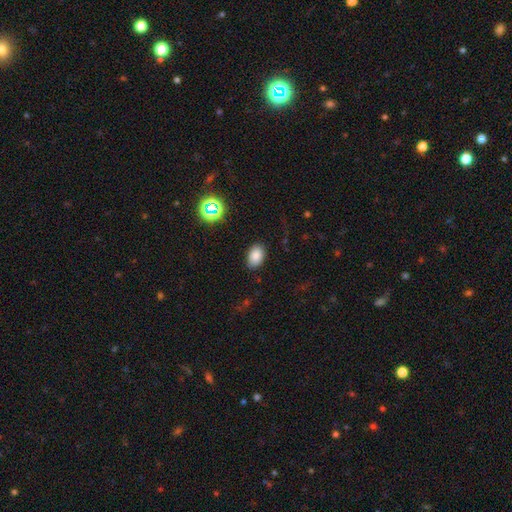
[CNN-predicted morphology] Smooth or featured? Predicted: smooth (p=0.82). How rounded? Predicted: in between (p=0.86). Merging? Predicted: none (p=0.86).